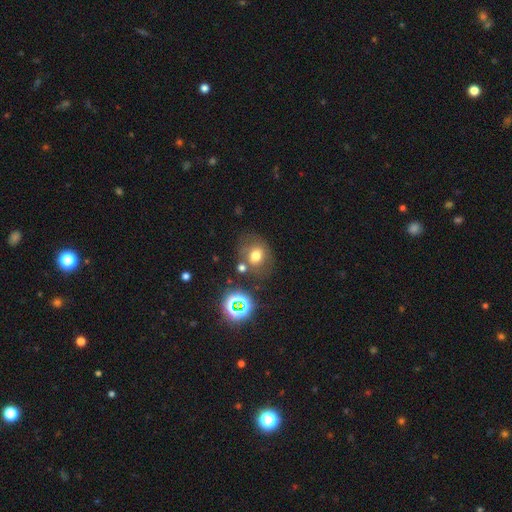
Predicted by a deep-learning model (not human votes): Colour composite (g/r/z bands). It shows a smooth galaxy with no disk features (64%) that is round (65%). Merging: none (61%).